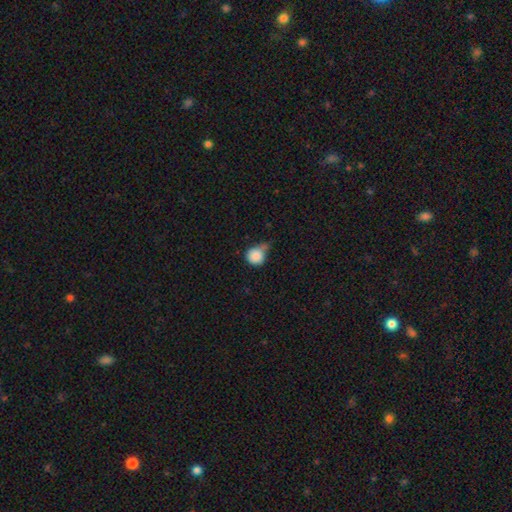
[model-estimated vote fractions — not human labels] A smooth galaxy with no disk features (86%) that is round (91%).

Vote fractions:
- Smooth or featured? smooth: 86% / star or artifact: 9% / featured or disk: 5%
- How rounded? round: 91% / in between: 8% / cigar-shaped: 1%
- Merging? none: 42% / minor disturbance: 33% / merger: 14% / major disturbance: 10%